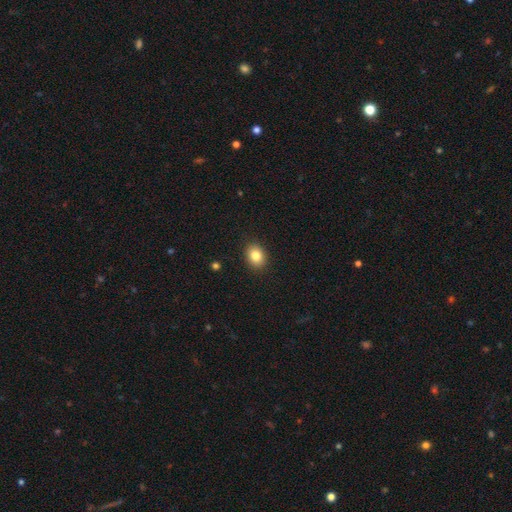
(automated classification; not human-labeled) Overall: smooth (84%). How rounded: in between (52%; round 47%). Merging: none (89%).